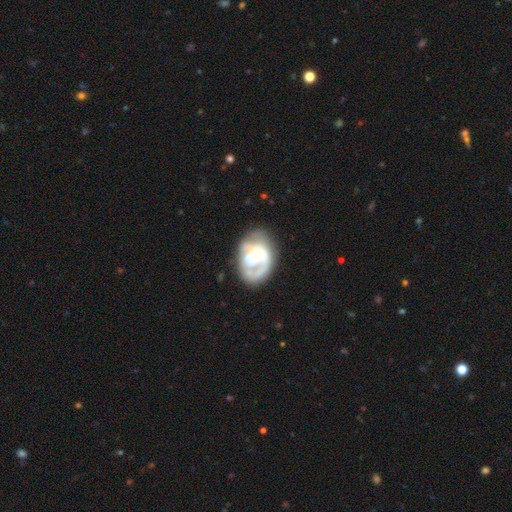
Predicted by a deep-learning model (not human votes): A featured or disk galaxy (65%) with no bar (58%), no spiral arms (51%) and a small central bulge (46%).

Vote fractions:
- Smooth or featured? featured or disk: 65% / smooth: 28% / star or artifact: 7%
- Edge-on disk? no: 97% / yes: 3%
- Bar? no: 58% / weak: 31% / strong: 11%
- Spiral arms? no: 51% / yes: 49%
- Bulge size? small: 46% / moderate: 39% / none: 9% / large: 5% / dominant: 2%
- Merging? none: 44% / minor disturbance: 25% / major disturbance: 22% / merger: 9%